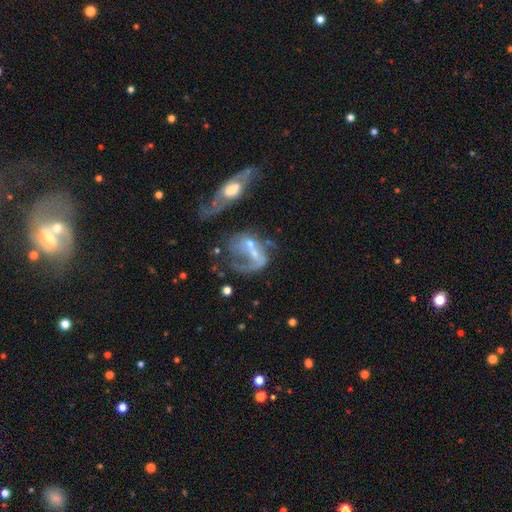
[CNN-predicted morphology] Smooth or featured?
  - featured or disk: 70% *
  - smooth: 20%
  - star or artifact: 10%
Edge-on disk?
  - no: 97% *
  - yes: 3%
Bar?
  - no: 52% *
  - weak: 34%
  - strong: 14%
Spiral arms?
  - yes: 64% *
  - no: 36%
Bulge size?
  - small: 43% *
  - moderate: 36%
  - none: 16%
  - large: 4%
  - dominant: 2%
Merging?
  - merger: 46% *
  - major disturbance: 26%
  - none: 18%
  - minor disturbance: 10%